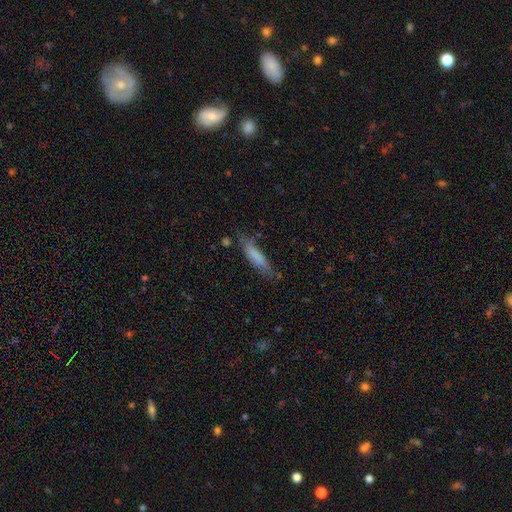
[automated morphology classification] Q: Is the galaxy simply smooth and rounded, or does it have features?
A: smooth — 72%.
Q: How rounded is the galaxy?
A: cigar-shaped — 77%.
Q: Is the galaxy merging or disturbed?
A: none — 64%.